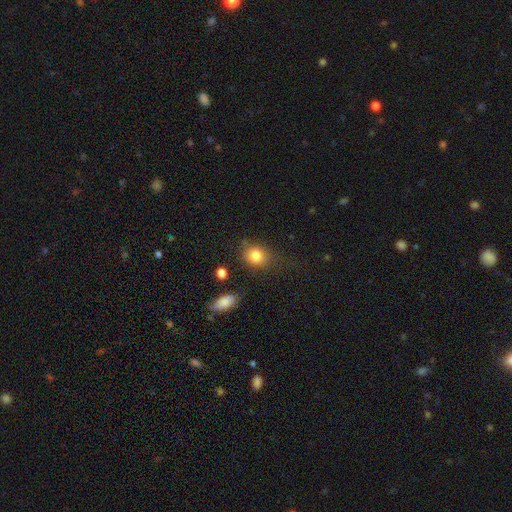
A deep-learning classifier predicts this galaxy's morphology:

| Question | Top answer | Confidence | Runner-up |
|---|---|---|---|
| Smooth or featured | smooth | 82% | star or artifact (10%) |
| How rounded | round | 65% | in between (34%) |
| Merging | none | 66% | minor disturbance (21%) |